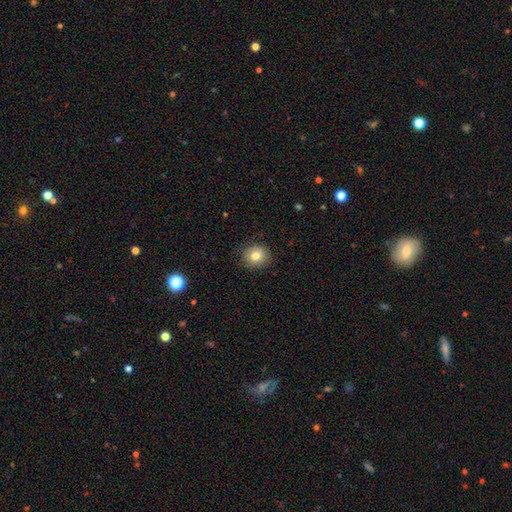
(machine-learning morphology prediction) Smooth or featured: smooth — 80% (featured or disk — 10%)
How rounded: round — 78% (in between — 21%)
Merging: none — 86% (minor disturbance — 10%)